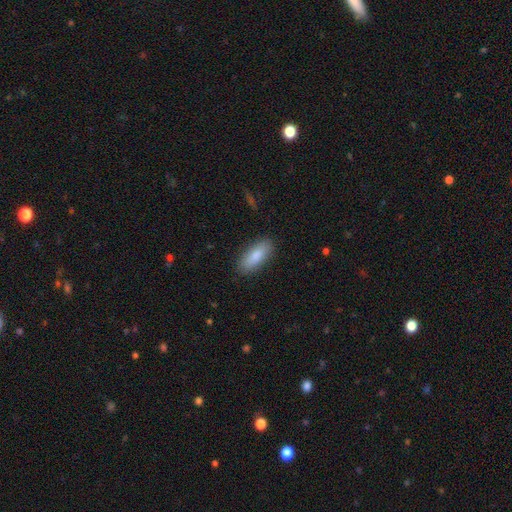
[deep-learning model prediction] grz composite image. It shows a smooth galaxy with no disk features (85%) that is in between round and cigar-shaped (77%). Merging: none (87%).